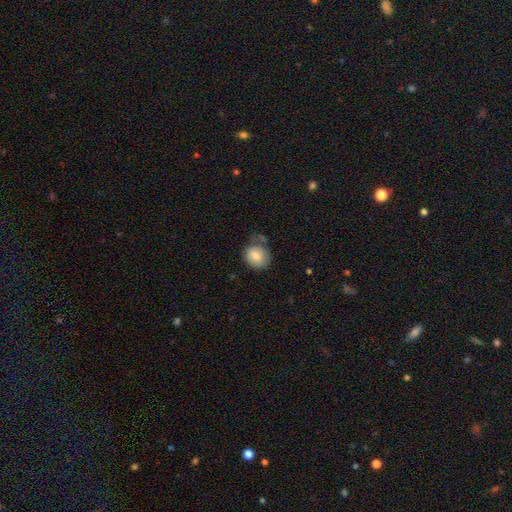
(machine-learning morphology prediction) Overall: smooth (78%). How rounded: round (64%; in between 35%). Merging: none (49%; minor disturbance 28%).